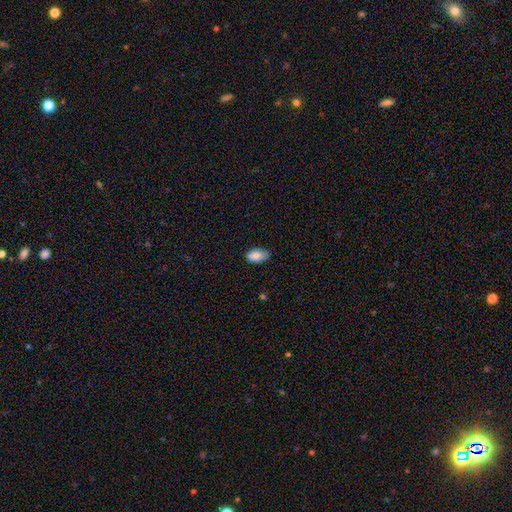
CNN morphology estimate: The model was most divided on "merging": none: 69%, minor disturbance: 26%, major disturbance: 4%, merger: 1%. More confident: how rounded — in between (93%); smooth or featured — smooth (86%).